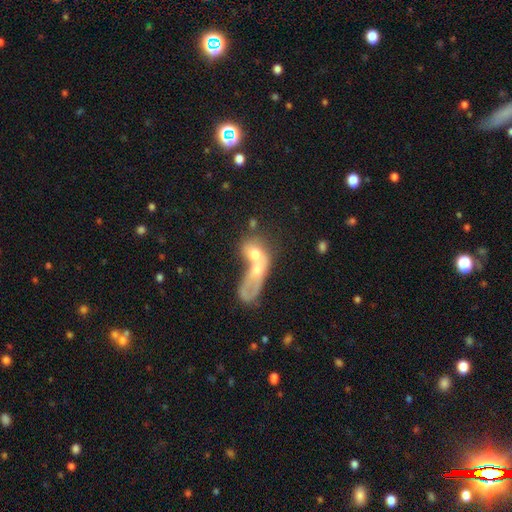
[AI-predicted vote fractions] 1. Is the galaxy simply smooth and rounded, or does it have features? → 51% smooth, 39% featured or disk, 10% star or artifact.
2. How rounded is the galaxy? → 59% in between, 30% round, 11% cigar-shaped.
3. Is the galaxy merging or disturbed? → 73% merger, 13% major disturbance, 9% none, 5% minor disturbance.